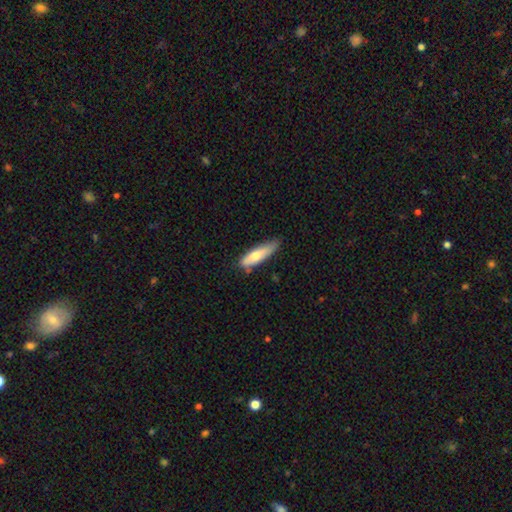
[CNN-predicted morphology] smooth_or_featured: smooth (p=0.68) [alt: featured or disk p=0.26]
how_rounded: cigar-shaped (p=0.66) [alt: in between p=0.32]
merging: none (p=0.62) [alt: minor disturbance p=0.29]